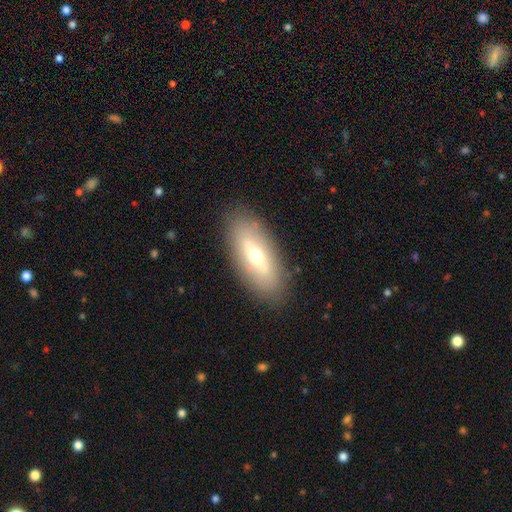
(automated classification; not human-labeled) The model was most divided on "smooth or featured": smooth: 49%, featured or disk: 43%, star or artifact: 8%. More confident: merging — none (87%).